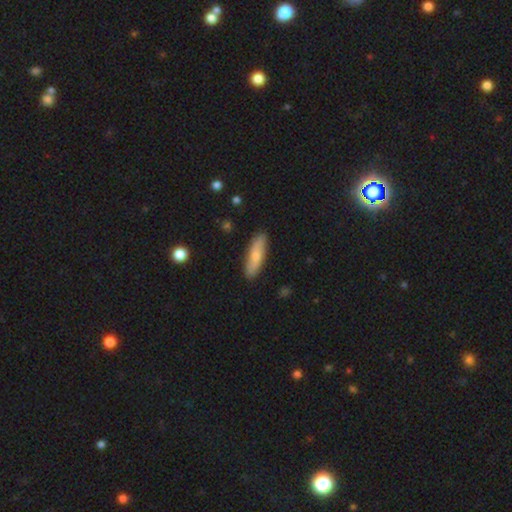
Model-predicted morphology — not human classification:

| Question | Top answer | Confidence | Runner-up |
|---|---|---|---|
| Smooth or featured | smooth | 73% | featured or disk (22%) |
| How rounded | cigar-shaped | 63% | in between (35%) |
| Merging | none | 87% | minor disturbance (10%) |